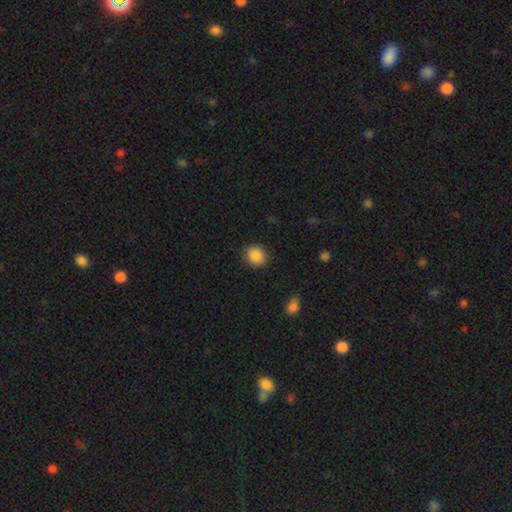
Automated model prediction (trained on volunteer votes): Morphology: type=smooth (88%); roundness=round (76%); merging=none (87%).